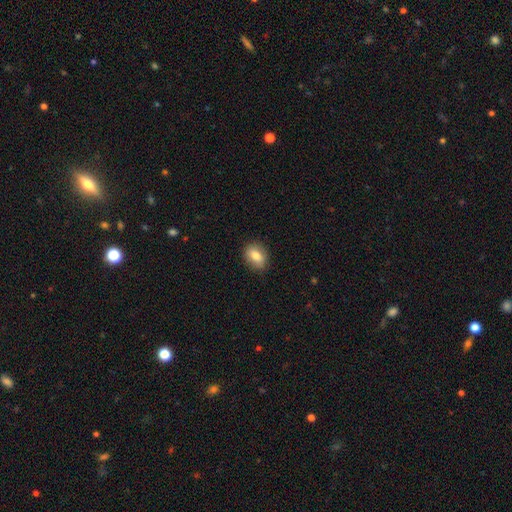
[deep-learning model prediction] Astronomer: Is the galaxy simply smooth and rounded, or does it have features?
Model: smooth — 80%.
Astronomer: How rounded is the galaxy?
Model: in between — 74%.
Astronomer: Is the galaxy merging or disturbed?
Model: none — 85%.